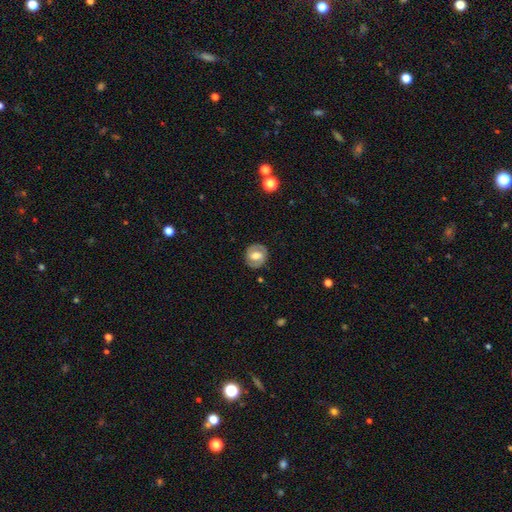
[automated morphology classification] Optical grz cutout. It shows a featured or disk galaxy (66%) with a weak bar (47%), 2 (87%) tight (48%) spiral arms (79%) and a moderate central bulge (64%). Merging: none (86%).